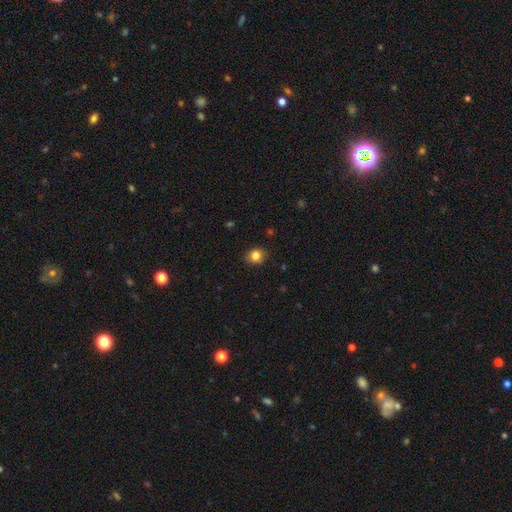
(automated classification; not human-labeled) Smooth or featured?
  - smooth: 83% *
  - star or artifact: 11%
  - featured or disk: 6%
How rounded?
  - round: 71% *
  - in between: 28%
  - cigar-shaped: 1%
Merging?
  - none: 86% *
  - minor disturbance: 11%
  - major disturbance: 2%
  - merger: 1%